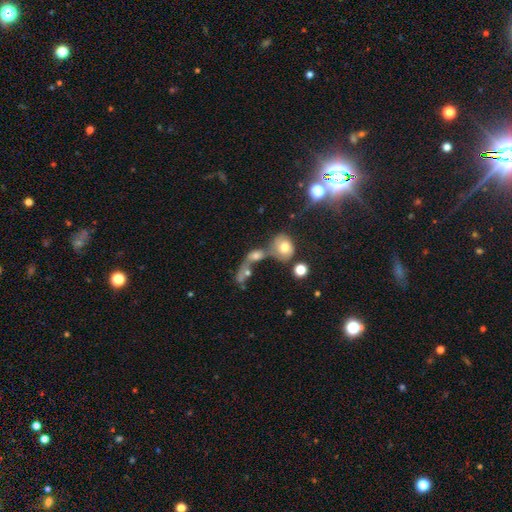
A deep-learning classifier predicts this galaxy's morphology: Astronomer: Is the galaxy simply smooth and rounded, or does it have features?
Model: smooth — 51% (runner-up: featured or disk, 29%).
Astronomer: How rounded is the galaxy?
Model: in between — 48% (runner-up: round, 43%).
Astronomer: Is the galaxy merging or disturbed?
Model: merger — 55%.